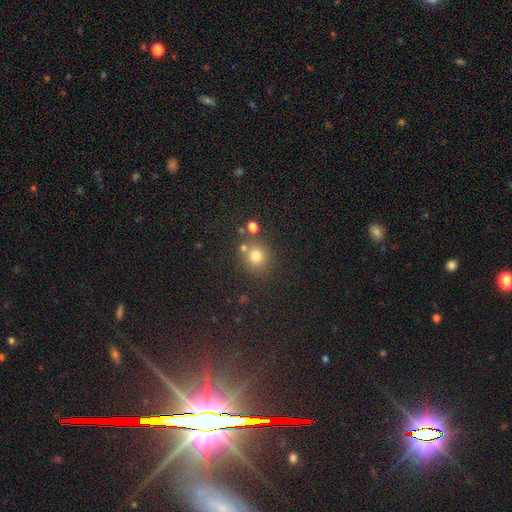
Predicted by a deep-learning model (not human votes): smooth-or-featured: smooth: 75% | star or artifact: 17% | featured or disk: 9%
  how-rounded: round: 86% | in between: 13% | cigar-shaped: 1%
  merging: none: 69% | merger: 16% | minor disturbance: 10% | major disturbance: 4%